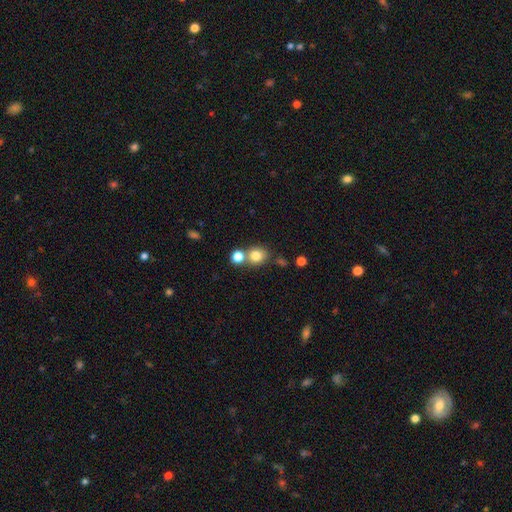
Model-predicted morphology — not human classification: Q: Smooth or featured?
A: smooth (80%); runner-up: star or artifact (12%)
Q: How rounded?
A: round (78%); runner-up: in between (21%)
Q: Merging?
A: none (61%); runner-up: merger (27%)